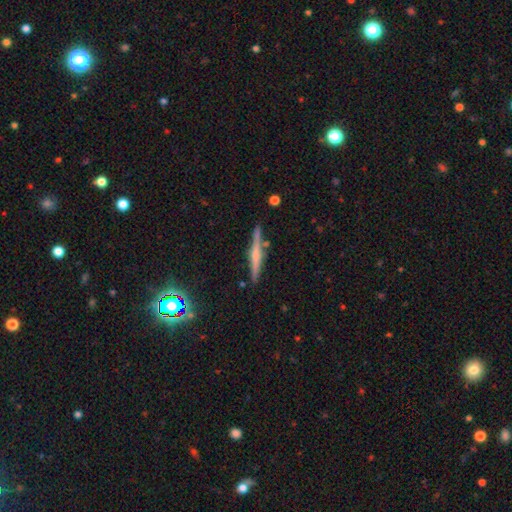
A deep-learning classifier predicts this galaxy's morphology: A featured or disk galaxy (63%) viewed edge-on (97%) with a rounded central bulge (60%).

Vote fractions:
- Smooth or featured? featured or disk: 63% / smooth: 28% / star or artifact: 10%
- Edge-on disk? yes: 97% / no: 3%
- Edge-on bulge? rounded: 60% / none: 24% / boxy: 16%
- Merging? none: 86% / minor disturbance: 9% / merger: 3% / major disturbance: 2%